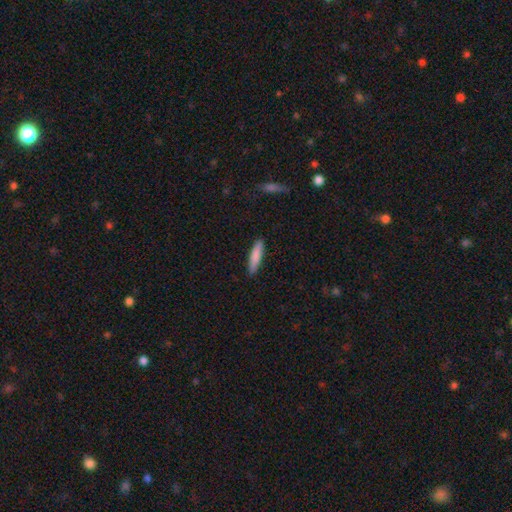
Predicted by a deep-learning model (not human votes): smooth 83%, featured or disk 11%, star or artifact 5%. Down the decision tree: how rounded — cigar-shaped (81%); merging — none (88%).